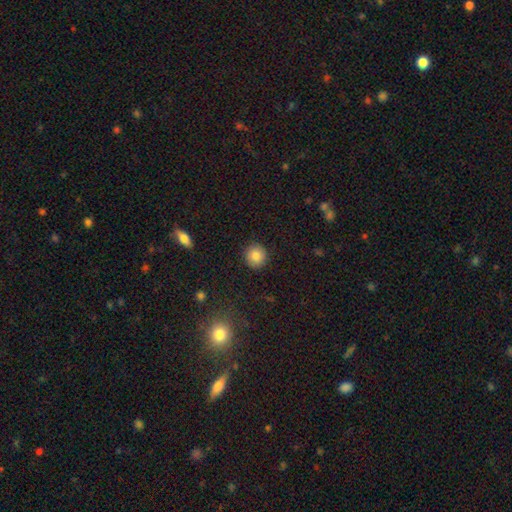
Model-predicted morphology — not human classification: This is clearly a smooth galaxy (85%). How rounded: clearly round (91%). Merging: clearly none (91%).